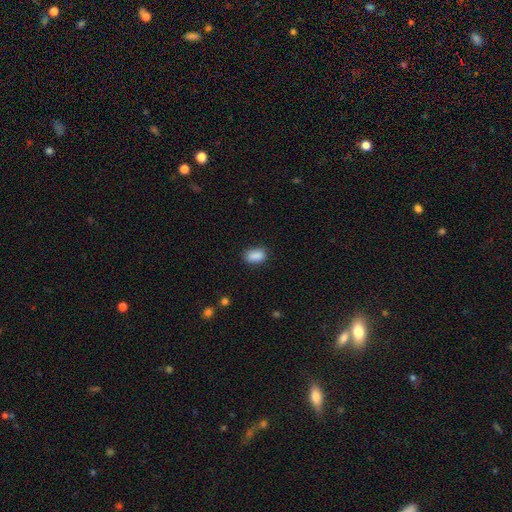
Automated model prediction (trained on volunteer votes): Smooth or featured? smooth (89%)
How rounded? in between (86%)
Merging? none (81%)